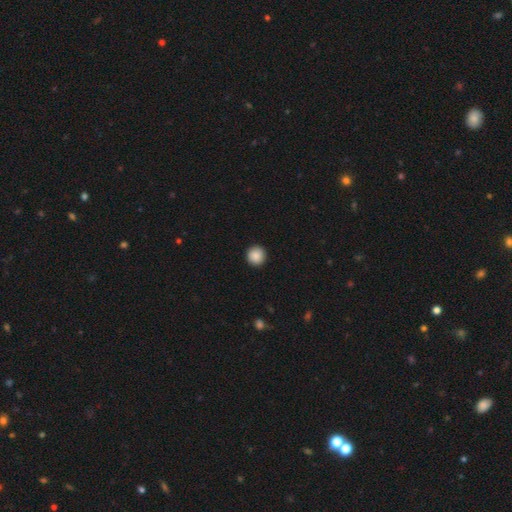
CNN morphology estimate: A smooth galaxy with no disk features (88%) that is round (94%). Merging: none (92%).